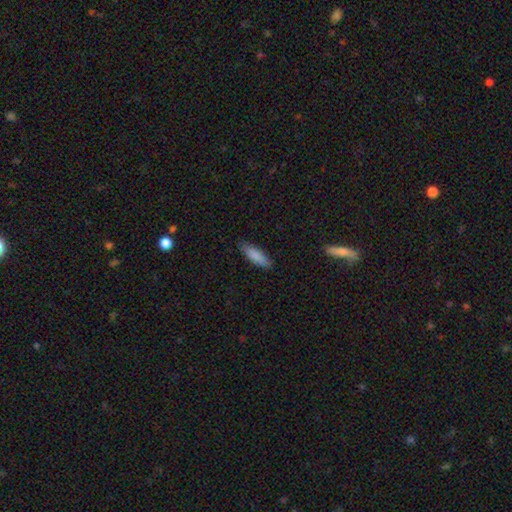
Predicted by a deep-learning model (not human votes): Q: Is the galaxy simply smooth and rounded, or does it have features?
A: smooth — 87%.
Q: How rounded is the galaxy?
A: in between — 51%.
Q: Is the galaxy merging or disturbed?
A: none — 83%.